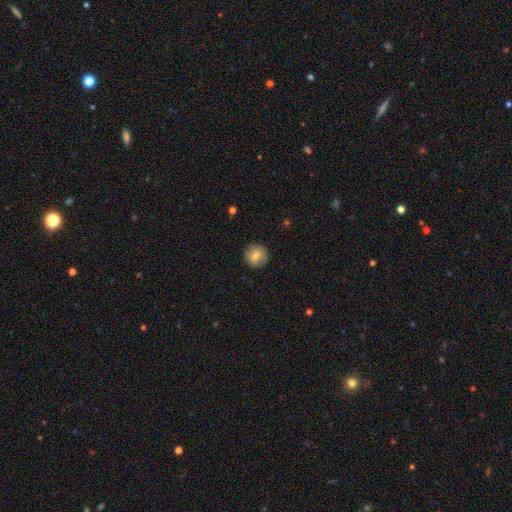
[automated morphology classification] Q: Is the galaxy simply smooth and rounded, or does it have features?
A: smooth — 77%.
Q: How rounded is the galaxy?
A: round — 94%.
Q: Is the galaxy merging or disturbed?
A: none — 90%.